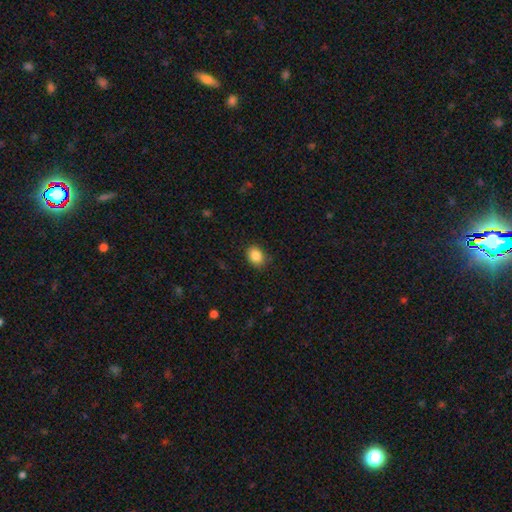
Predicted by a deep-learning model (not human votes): Smooth or featured? Predicted: smooth (p=0.87). How rounded? Predicted: in between (p=0.53). Merging? Predicted: none (p=0.86).